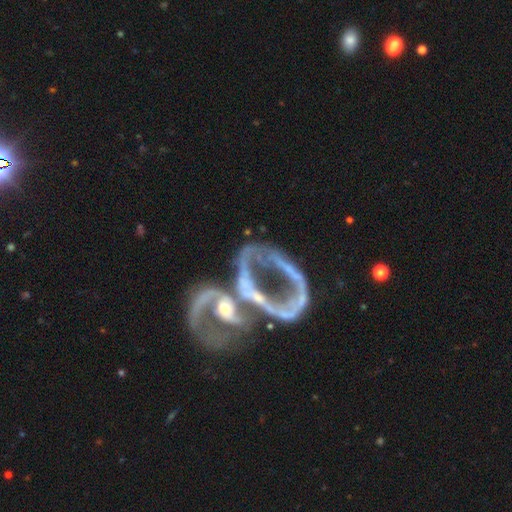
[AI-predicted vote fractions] Overall: featured or disk (78%). Edge-on disk: no (94%). Bar: no (58%; weak 23%). Spiral arms: yes (53%; no 47%). Bulge size: small (38%; moderate 35%). Merging: merger (55%; major disturbance 28%).